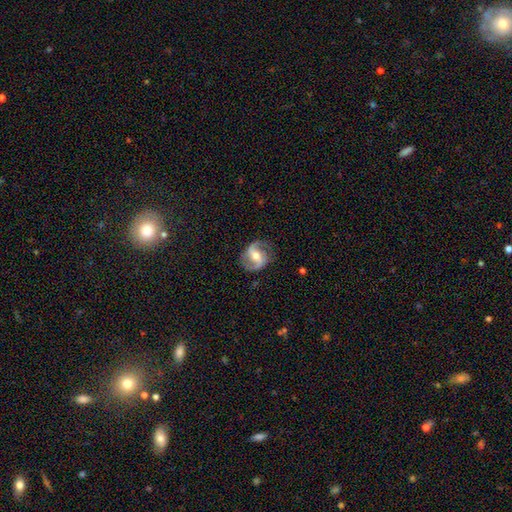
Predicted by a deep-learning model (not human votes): A featured or disk galaxy (85%) with a weak bar (40%, tied with strong), 2 (92%) medium (46%) spiral arms (94%) and a moderate central bulge (66%).

Vote fractions:
- Smooth or featured? featured or disk: 85% / smooth: 10% / star or artifact: 5%
- Edge-on disk? no: 97% / yes: 3%
- Bar? weak: 40% (tied) / strong: 40% (tied) / no: 20%
- Spiral arms? yes: 94% / no: 6%
- Spiral winding? medium: 46% / loose: 39% / tight: 15%
- Spiral arm count? 2: 92% / can't tell: 3% / 1: 2% / 3: 1% / 4: 1% / more than 4: 1%
- Bulge size? moderate: 66% / small: 26% / large: 5% / none: 2% / dominant: 1%
- Merging? none: 82% / minor disturbance: 12% / major disturbance: 5% / merger: 1%